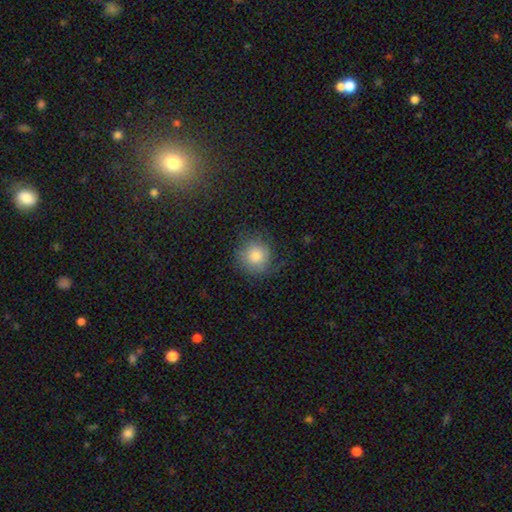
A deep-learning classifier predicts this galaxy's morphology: smooth_or_featured: smooth (p=0.76) [alt: featured or disk p=0.13]
how_rounded: round (p=0.91) [alt: in between p=0.08]
merging: none (p=0.72) [alt: minor disturbance p=0.18]